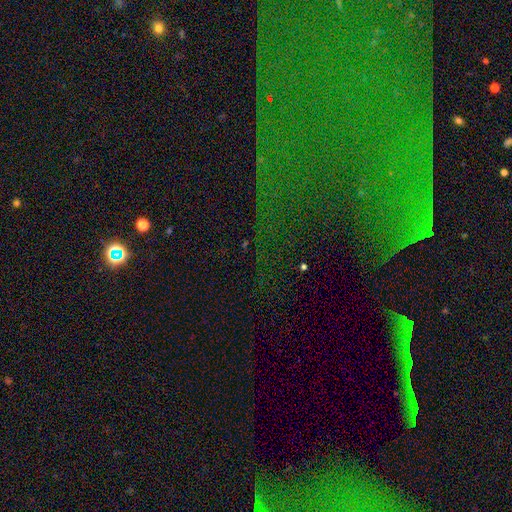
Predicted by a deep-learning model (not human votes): This appears to be a star or artifact, not a galaxy (78%).